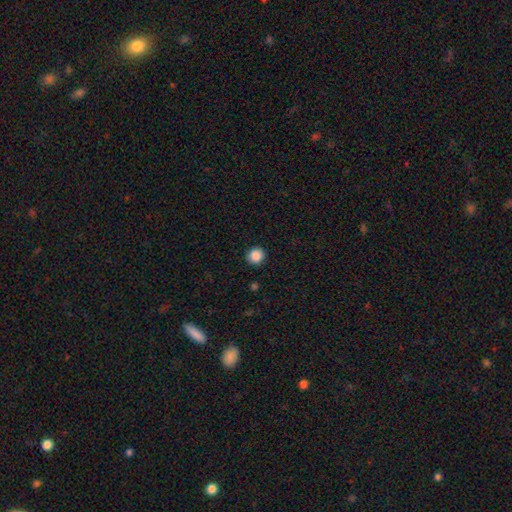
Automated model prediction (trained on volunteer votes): Smooth or featured: smooth — 88% (star or artifact — 10%)
How rounded: round — 93% (in between — 6%)
Merging: none — 92% (minor disturbance — 5%)